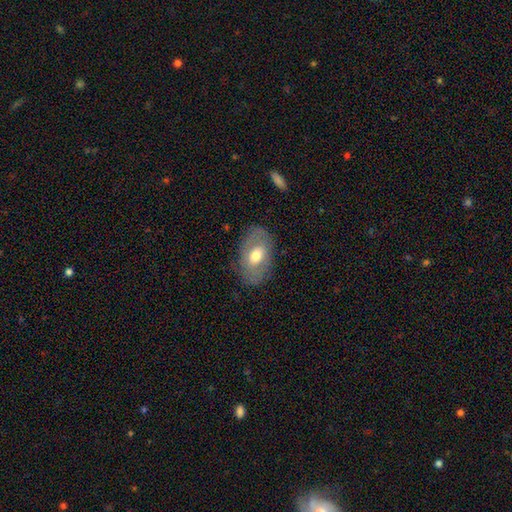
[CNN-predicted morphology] Smooth or featured? smooth (56%)
How rounded? in between (88%)
Merging? none (78%)